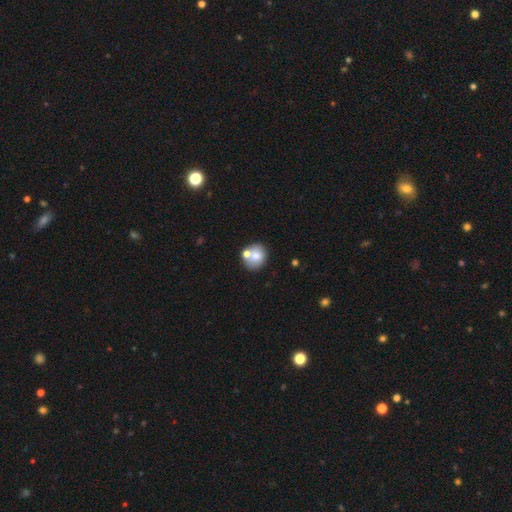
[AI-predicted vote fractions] smooth-or-featured: smooth: 72% | featured or disk: 19% | star or artifact: 9%
  how-rounded: round: 77% | in between: 22% | cigar-shaped: 1%
  merging: none: 60% | merger: 25% | minor disturbance: 12% | major disturbance: 4%